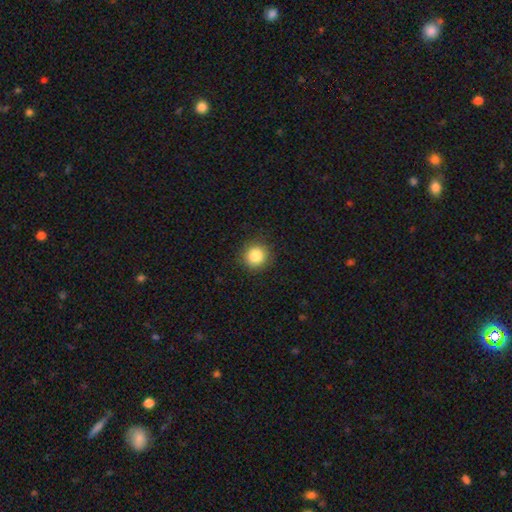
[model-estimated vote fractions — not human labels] Overall: smooth (85%). How rounded: round (94%). Merging: none (91%).